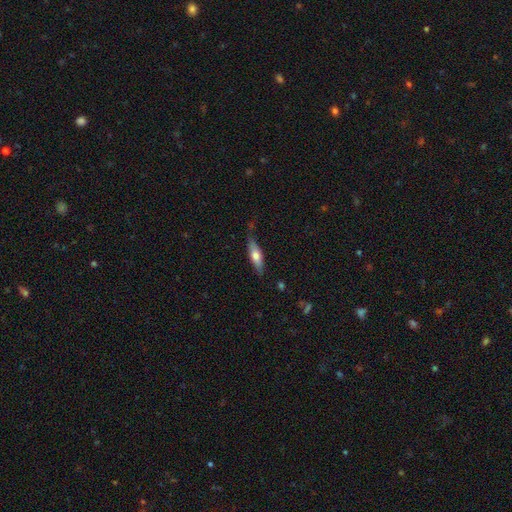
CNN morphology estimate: Q: Smooth or featured?
A: smooth (61%); runner-up: featured or disk (33%)
Q: How rounded?
A: cigar-shaped (52%); runner-up: in between (46%)
Q: Merging?
A: none (70%); runner-up: minor disturbance (23%)